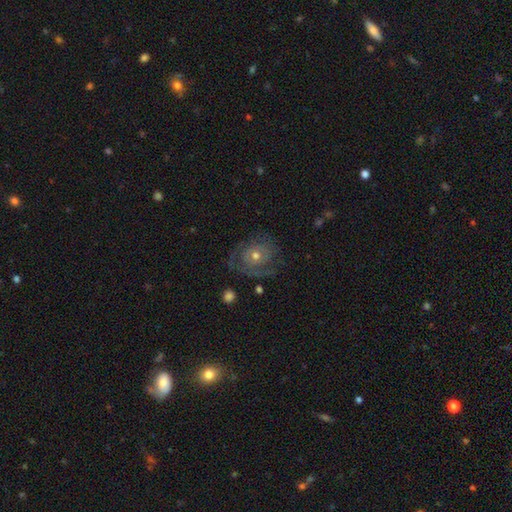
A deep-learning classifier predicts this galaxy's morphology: A featured or disk galaxy (71%) with no bar (83%), 2 (37%) tight (58%) spiral arms (78%) and a moderate central bulge (53%).

Vote fractions:
- Smooth or featured? featured or disk: 71% / smooth: 20% / star or artifact: 9%
- Edge-on disk? no: 97% / yes: 3%
- Bar? no: 83% / weak: 14% / strong: 3%
- Spiral arms? yes: 78% / no: 22%
- Spiral winding? tight: 58% / medium: 31% / loose: 11%
- Spiral arm count? 2: 37% / can't tell: 35% / 1: 11% / 3: 10% / 4: 4% / more than 4: 4%
- Bulge size? moderate: 53% / small: 42% / large: 3% / none: 1% / dominant: 1%
- Merging? none: 67% / minor disturbance: 18% / major disturbance: 14% / merger: 2%